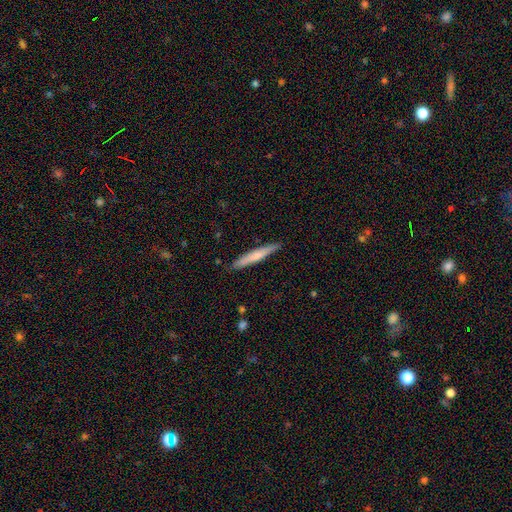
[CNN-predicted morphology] Smooth or featured?
  - smooth: 60% *
  - featured or disk: 34%
  - star or artifact: 5%
How rounded?
  - cigar-shaped: 95% *
  - in between: 4%
  - round: 1%
Merging?
  - none: 89% *
  - minor disturbance: 8%
  - major disturbance: 1%
  - merger: 1%